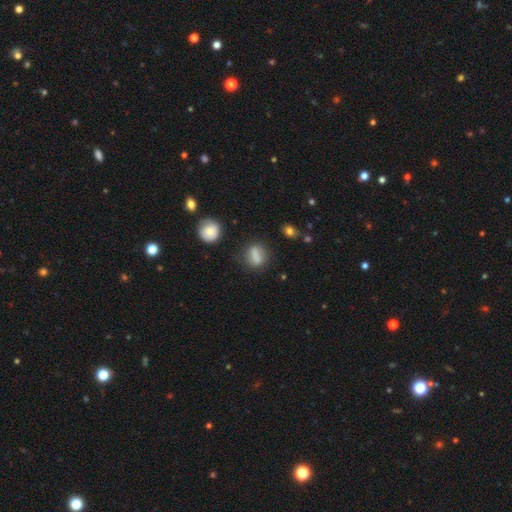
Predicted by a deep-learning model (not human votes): Smooth or featured? smooth (77%)
How rounded? in between (51%)
Merging? none (72%)